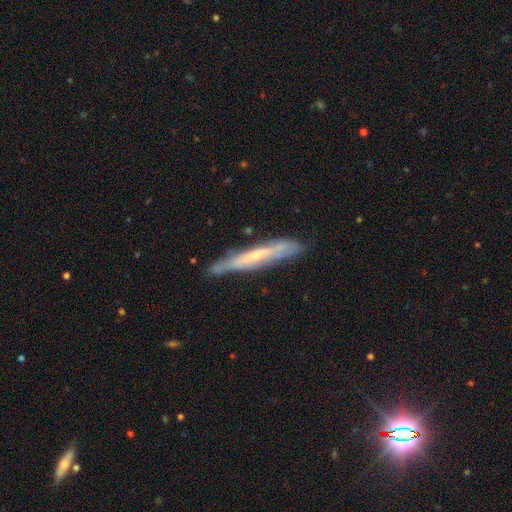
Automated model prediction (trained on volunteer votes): Smooth or featured?
  - featured or disk: 61% *
  - smooth: 33%
  - star or artifact: 6%
Edge-on disk?
  - yes: 80% *
  - no: 20%
Merging?
  - none: 75% *
  - minor disturbance: 19%
  - major disturbance: 3%
  - merger: 2%